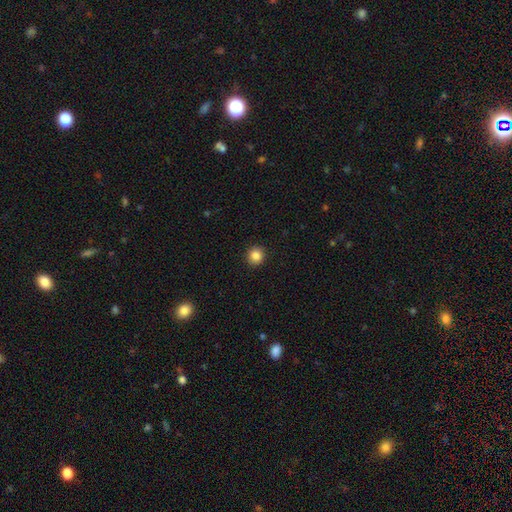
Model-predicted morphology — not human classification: Smooth or featured? Predicted: smooth (p=0.86). How rounded? Predicted: round (p=0.92). Merging? Predicted: none (p=0.92).